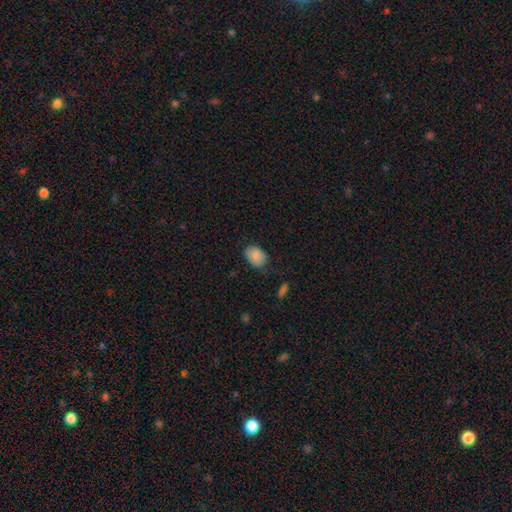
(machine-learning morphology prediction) A smooth galaxy with no disk features (86%) that is in between round and cigar-shaped (73%).

Vote fractions:
- Smooth or featured? smooth: 86% / star or artifact: 8% / featured or disk: 6%
- How rounded? in between: 73% / round: 26% / cigar-shaped: 1%
- Merging? none: 70% / minor disturbance: 23% / major disturbance: 5% / merger: 1%